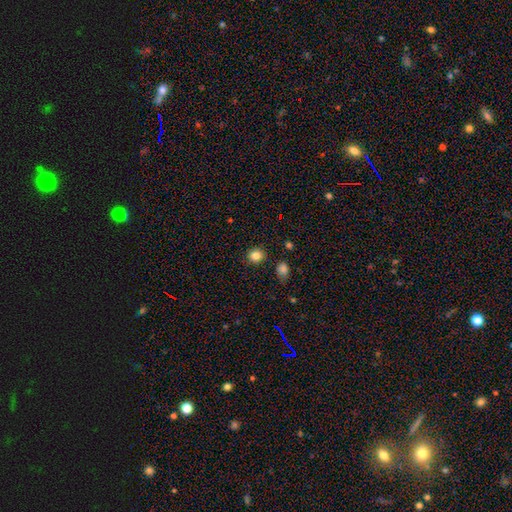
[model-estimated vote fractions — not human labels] smooth_or_featured: smooth (p=0.83) [alt: star or artifact p=0.11]
how_rounded: round (p=0.86) [alt: in between p=0.13]
merging: none (p=0.89) [alt: minor disturbance p=0.07]